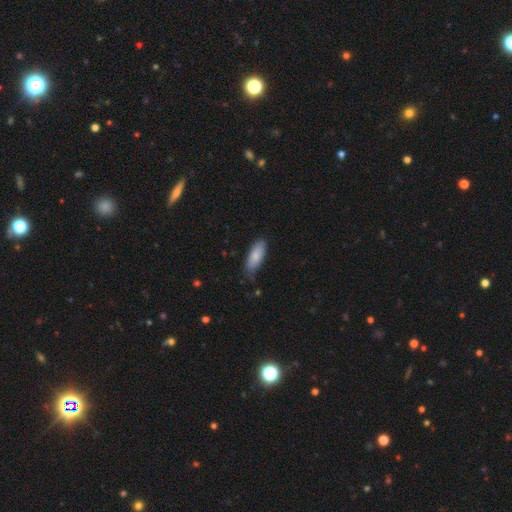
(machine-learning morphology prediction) Smooth or featured? Predicted: smooth (p=0.83). How rounded? Predicted: in between (p=0.76). Merging? Predicted: none (p=0.73).